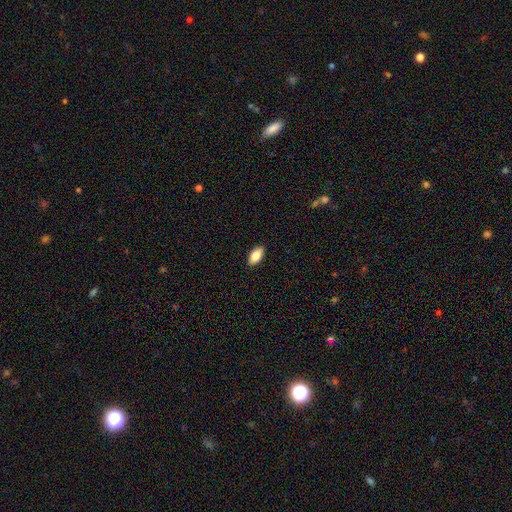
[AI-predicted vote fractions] Smooth or featured?
  - smooth: 80% *
  - featured or disk: 14%
  - star or artifact: 7%
How rounded?
  - in between: 91% *
  - cigar-shaped: 6%
  - round: 3%
Merging?
  - none: 90% *
  - minor disturbance: 7%
  - major disturbance: 2%
  - merger: 1%